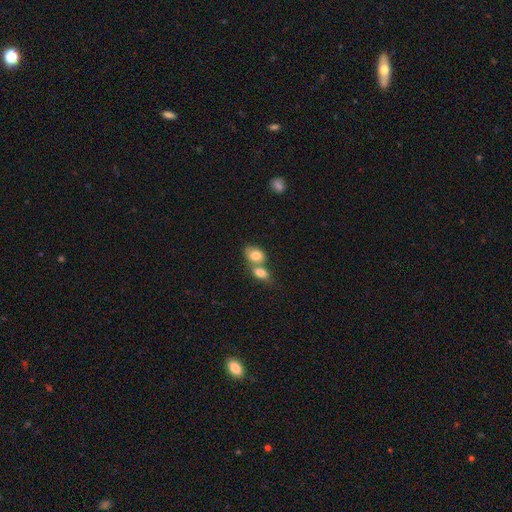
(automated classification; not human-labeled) A smooth galaxy with no disk features (80%) that is in between round and cigar-shaped (76%).

Vote fractions:
- Smooth or featured? smooth: 80% / featured or disk: 12% / star or artifact: 8%
- How rounded? in between: 76% / round: 22% / cigar-shaped: 2%
- Merging? merger: 60% / none: 28% / minor disturbance: 8% / major disturbance: 3%